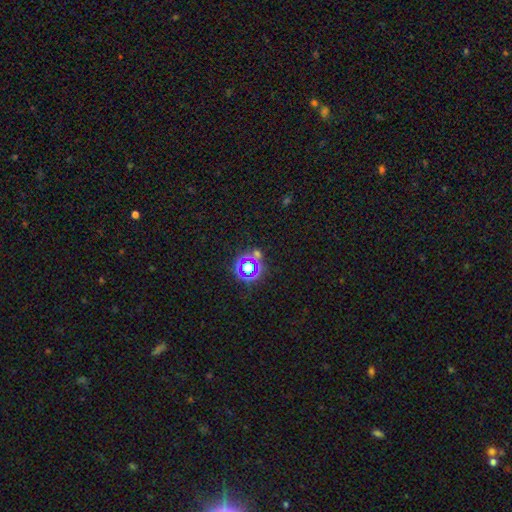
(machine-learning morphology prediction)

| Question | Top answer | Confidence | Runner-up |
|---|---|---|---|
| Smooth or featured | star or artifact | 71% | smooth (20%) |